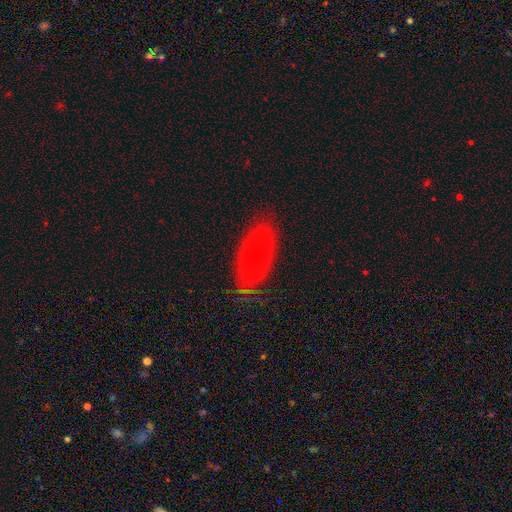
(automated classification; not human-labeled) A smooth galaxy with no disk features (67%) that is in between round and cigar-shaped (84%). Merging: none (79%).